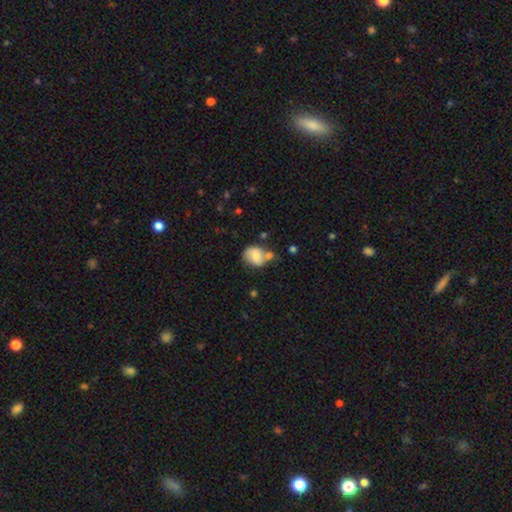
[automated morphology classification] Overall: smooth (53%; featured or disk 39%). How rounded: round (58%; in between 40%). Merging: none (46%; merger 24%).